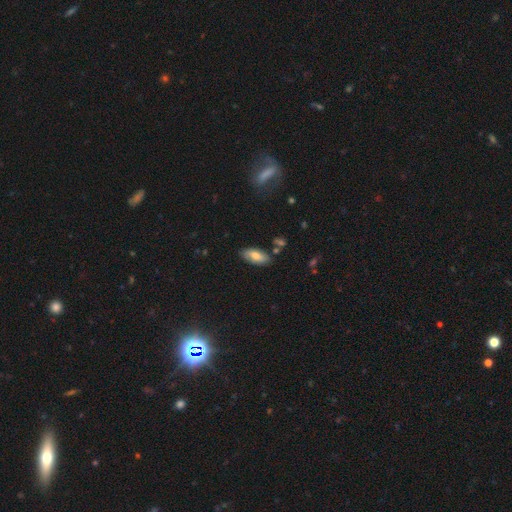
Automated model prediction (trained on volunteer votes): Morphology: type=smooth (73%); roundness=in between (89%); merging=none (82%).